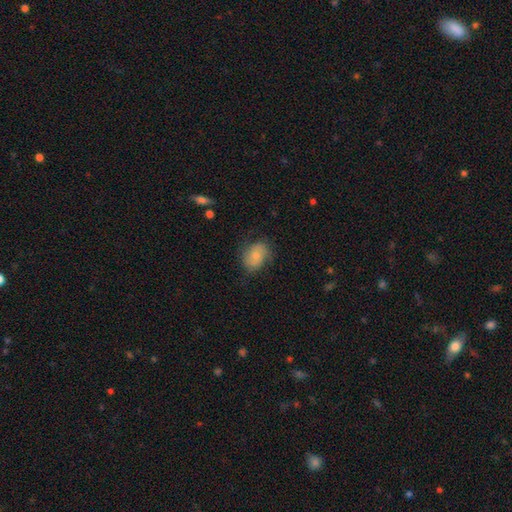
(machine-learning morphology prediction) Smooth or featured: smooth — 71% (featured or disk — 21%)
How rounded: in between — 68% (round — 30%)
Merging: none — 68% (minor disturbance — 23%)